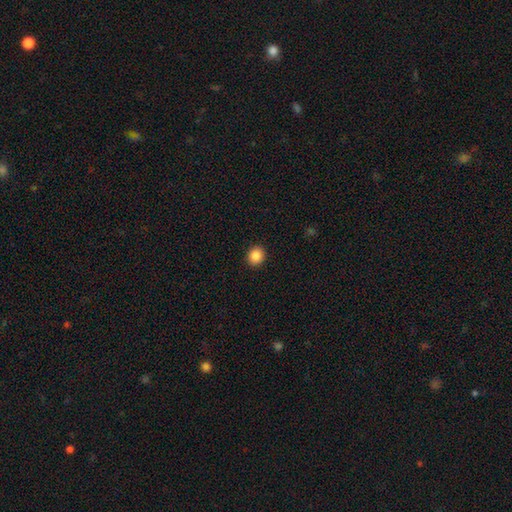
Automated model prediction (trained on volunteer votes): Morphology: type=smooth (87%); roundness=round (82%); merging=none (92%).